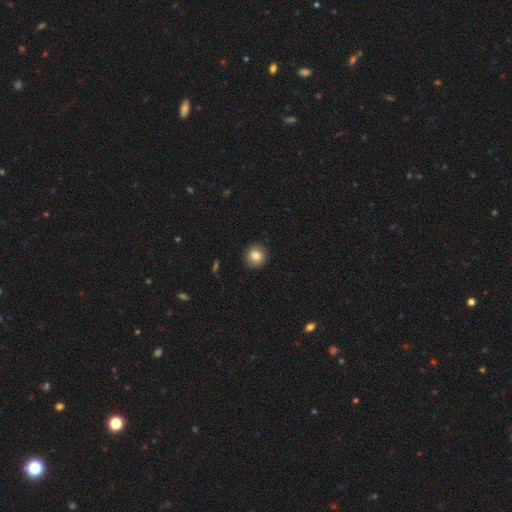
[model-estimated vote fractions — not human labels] Overall: smooth (83%). How rounded: round (91%). Merging: none (91%).